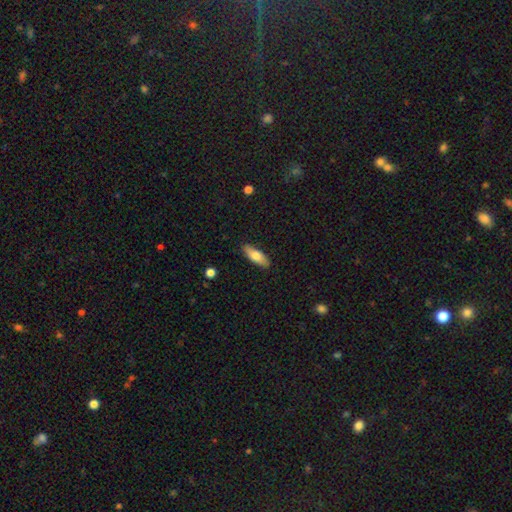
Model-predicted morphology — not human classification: smooth_or_featured: smooth (p=0.73) [alt: featured or disk p=0.21]
how_rounded: in between (p=0.65) [alt: cigar-shaped p=0.32]
merging: none (p=0.88) [alt: minor disturbance p=0.09]